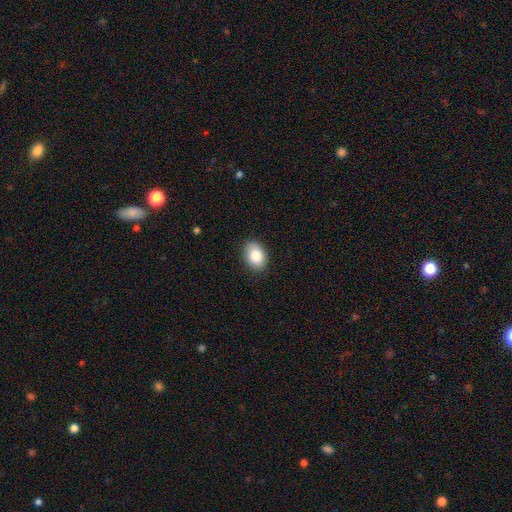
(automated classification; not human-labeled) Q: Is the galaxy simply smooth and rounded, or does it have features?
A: smooth — 84%.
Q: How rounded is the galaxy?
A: in between — 79%.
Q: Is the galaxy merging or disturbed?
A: none — 86%.